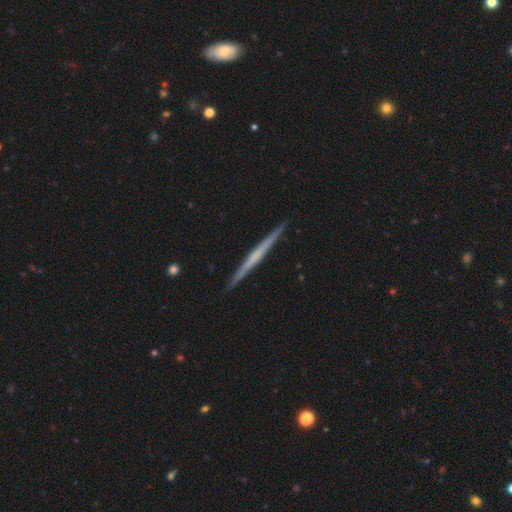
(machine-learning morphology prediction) A featured or disk galaxy (63%) viewed edge-on (98%) with no central bulge (76%). Merging: none (92%).